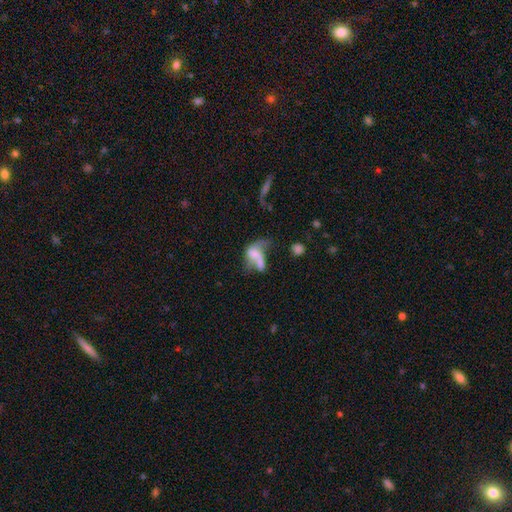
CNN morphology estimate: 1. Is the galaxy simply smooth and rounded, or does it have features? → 44% featured or disk (tied), 44% smooth (tied), 13% star or artifact.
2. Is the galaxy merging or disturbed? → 38% merger, 32% major disturbance, 17% none, 13% minor disturbance.